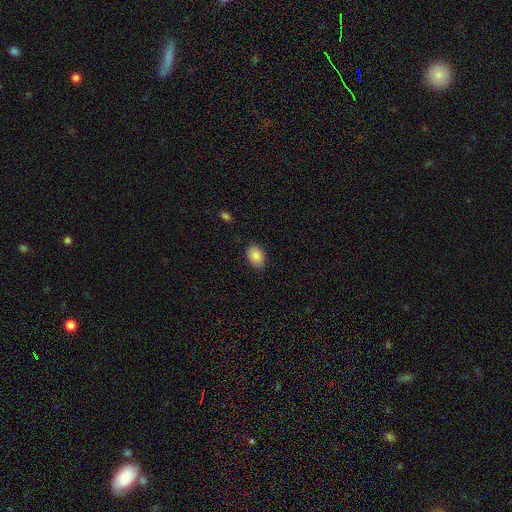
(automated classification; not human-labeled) The model was most divided on "how rounded": in between: 80%, round: 19%, cigar-shaped: 1%. More confident: merging — none (88%); smooth or featured — smooth (86%).